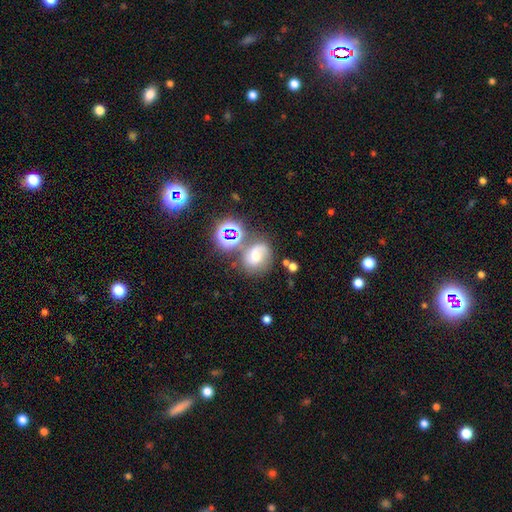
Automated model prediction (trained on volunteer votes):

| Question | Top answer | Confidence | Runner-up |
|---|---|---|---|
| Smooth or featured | featured or disk | 39% | smooth (36%) |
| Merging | none | 54% | minor disturbance (19%) |